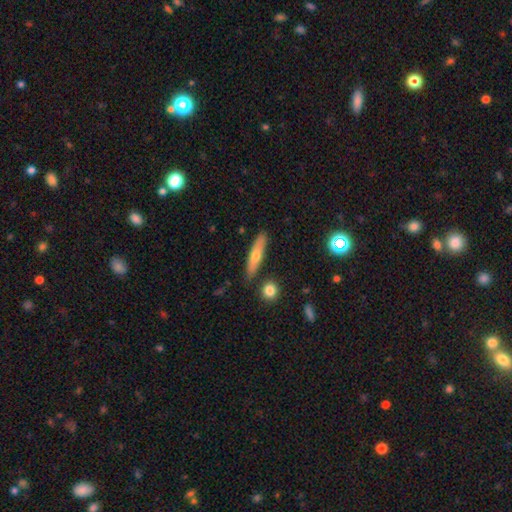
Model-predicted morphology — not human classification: The model was most divided on "smooth or featured": smooth: 55%, featured or disk: 38%, star or artifact: 7%. More confident: merging — none (84%); how rounded — cigar-shaped (82%).